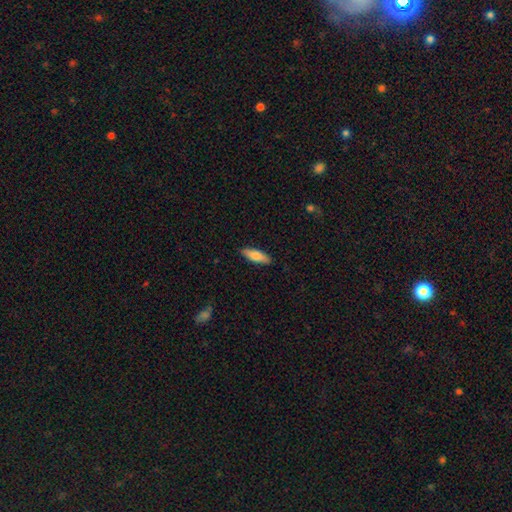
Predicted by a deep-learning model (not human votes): The model was most divided on "how rounded": in between: 53%, cigar-shaped: 45%, round: 2%. More confident: merging — none (88%); smooth or featured — smooth (77%).